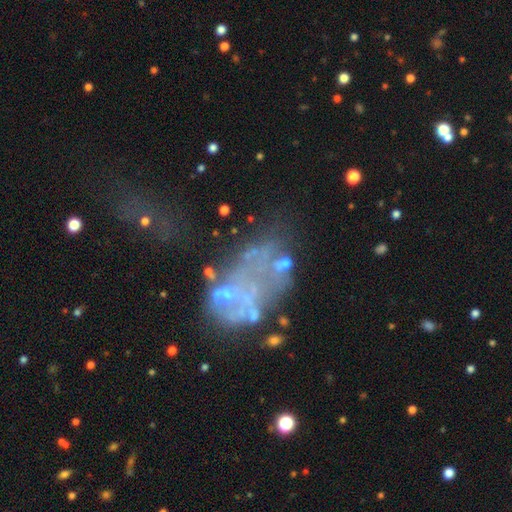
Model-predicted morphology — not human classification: This appears to be a featured or disk galaxy (59%) with no bar (93%), no spiral arms (94%) and no central bulge (71%). Merging: major disturbance (33%).